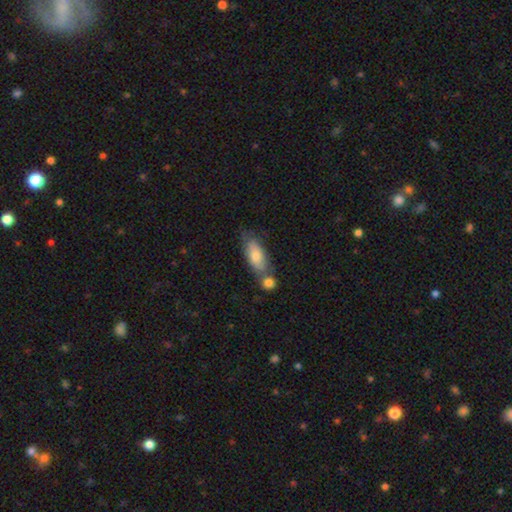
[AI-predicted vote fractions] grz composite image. It shows a smooth galaxy with no disk features (71%) that is in between round and cigar-shaped (74%). Merging: none (46%).